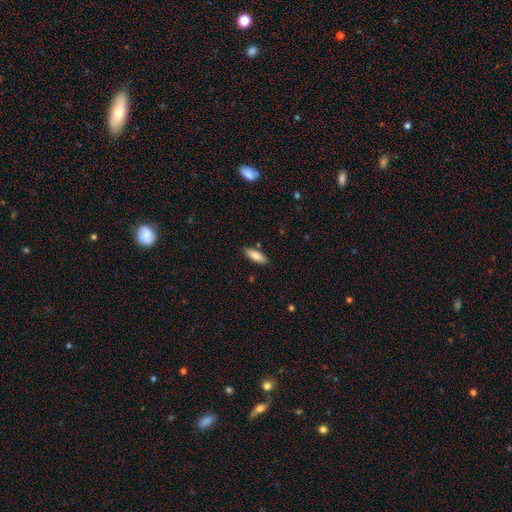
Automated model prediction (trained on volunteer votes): Q: Smooth or featured?
A: smooth (80%); runner-up: featured or disk (14%)
Q: How rounded?
A: in between (62%); runner-up: cigar-shaped (36%)
Q: Merging?
A: none (85%); runner-up: minor disturbance (11%)